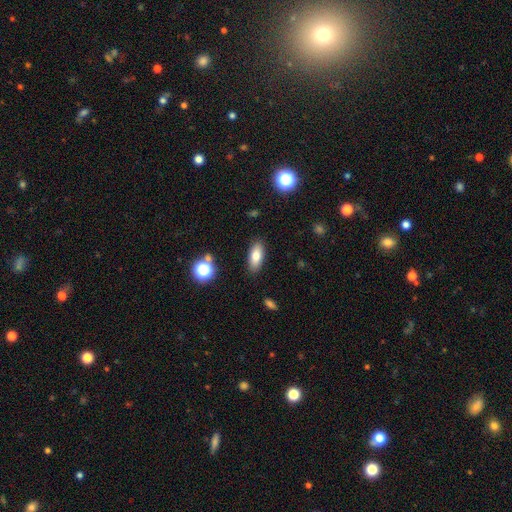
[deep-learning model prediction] Smooth or featured? Predicted: smooth (p=0.77). How rounded? Predicted: in between (p=0.78). Merging? Predicted: none (p=0.87).